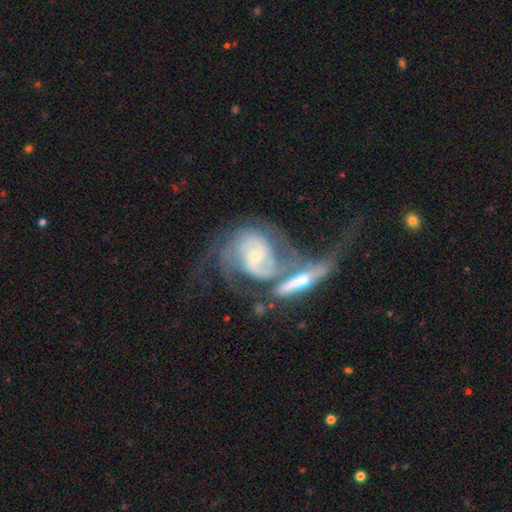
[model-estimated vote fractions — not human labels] Smooth or featured? featured or disk (87%)
Edge-on disk? no (94%)
Bar? no (52%)
Spiral arms? yes (95%)
Spiral winding? medium (43%)
Spiral arm count? 2 (69%)
Bulge size? small (61%)
Merging? merger (51%)